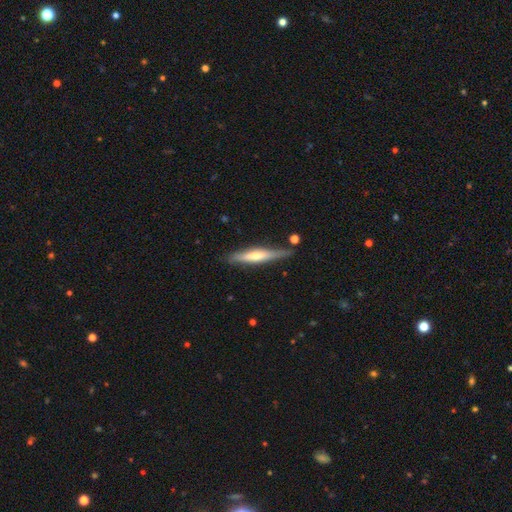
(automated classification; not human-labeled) Morphology: type=featured or disk (54%); edge-on=yes (93%); edge-on bulge=rounded (66%); merging=none (77%).